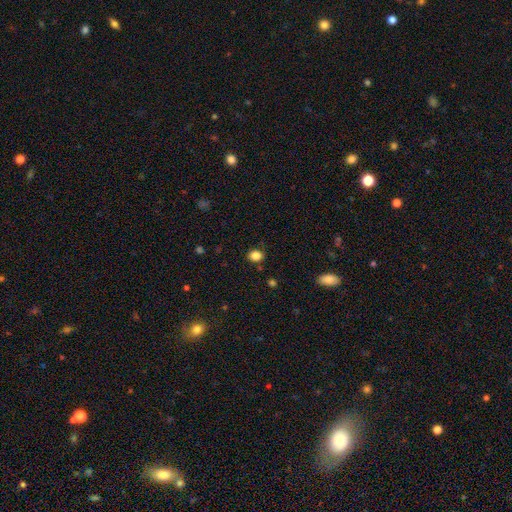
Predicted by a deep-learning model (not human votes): smooth 85%, star or artifact 11%, featured or disk 4%. Down the decision tree: how rounded — round (51%); merging — none (84%).